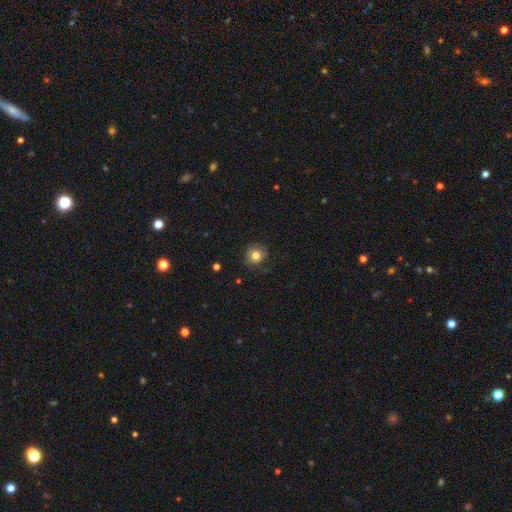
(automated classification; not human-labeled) A smooth galaxy with no disk features (81%) that is round (89%). Merging: none (78%).